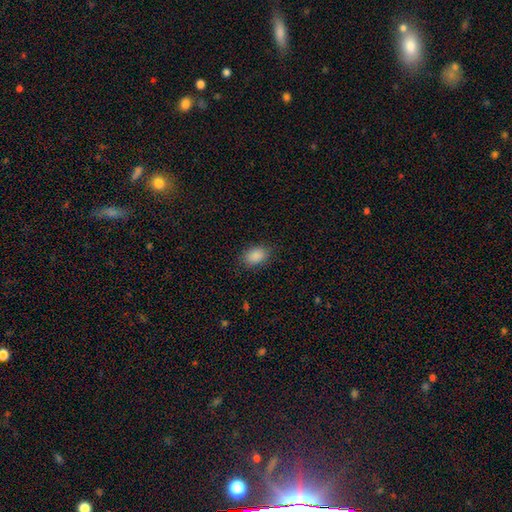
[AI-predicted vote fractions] smooth 89%, star or artifact 8%, featured or disk 3%. Down the decision tree: how rounded — in between (83%); merging — none (85%).